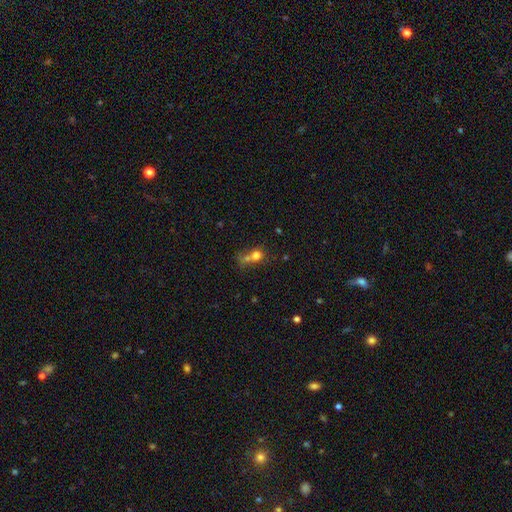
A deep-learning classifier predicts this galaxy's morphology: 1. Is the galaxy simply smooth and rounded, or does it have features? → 71% smooth, 15% star or artifact, 14% featured or disk.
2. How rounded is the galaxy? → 72% round, 26% in between, 2% cigar-shaped.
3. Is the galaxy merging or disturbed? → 50% merger, 32% none, 10% minor disturbance, 8% major disturbance.